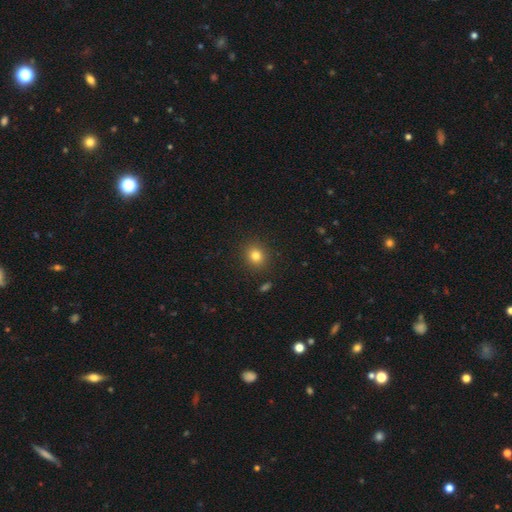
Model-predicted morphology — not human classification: type=smooth (81%); roundness=round (80%); merging=none (90%).